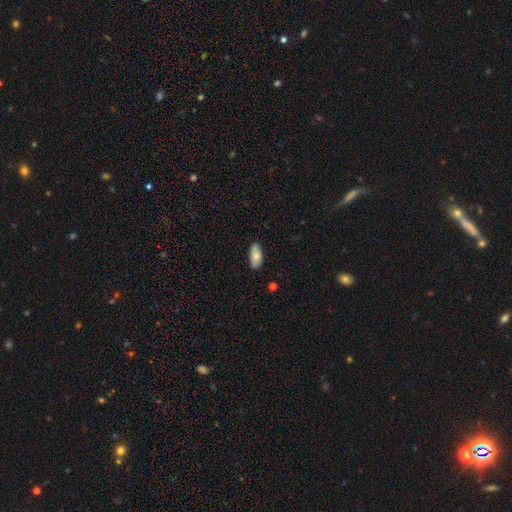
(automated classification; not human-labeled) This is clearly a smooth galaxy (84%). How rounded: clearly in between (92%). Merging: clearly none (83%).